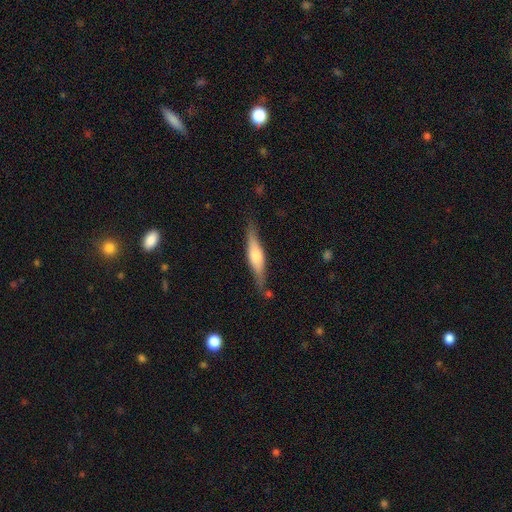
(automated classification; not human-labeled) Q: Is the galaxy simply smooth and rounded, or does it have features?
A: featured or disk — 54%.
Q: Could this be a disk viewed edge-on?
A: yes — 93%.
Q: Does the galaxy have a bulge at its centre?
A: rounded — 82%.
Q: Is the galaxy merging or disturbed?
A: none — 80%.